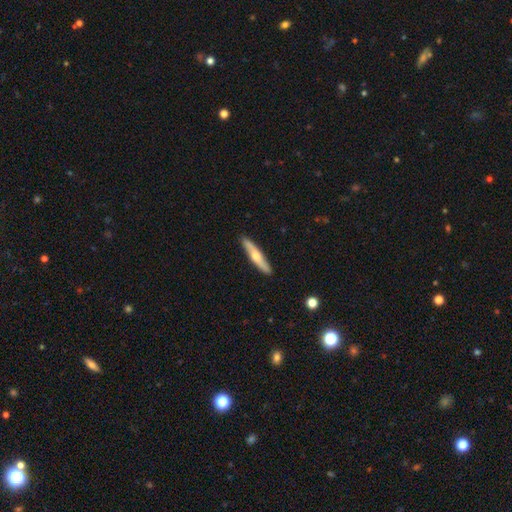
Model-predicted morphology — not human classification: This appears to be a featured or disk galaxy (51%) viewed edge-on (86%). Merging: none (90%).